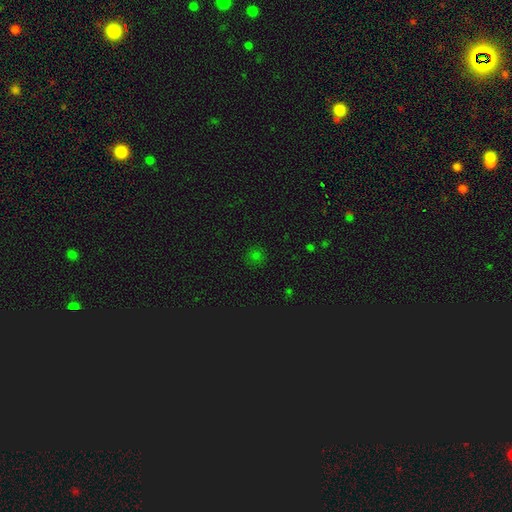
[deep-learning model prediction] Overall: smooth (68%). How rounded: round (89%). Merging: none (86%).